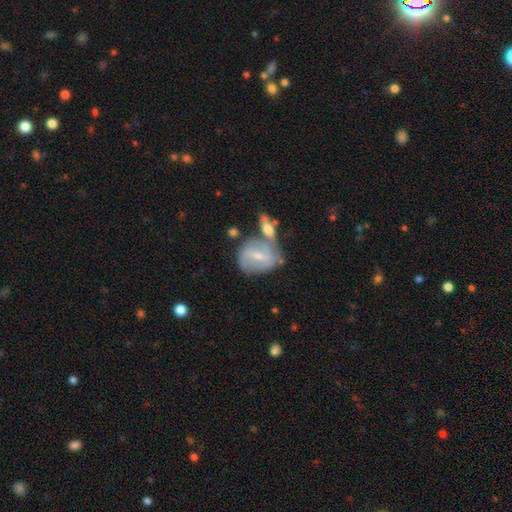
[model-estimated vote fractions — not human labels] Overall: featured or disk (65%; smooth 29%). Edge-on disk: no (94%). Bar: weak (52%; strong 29%). Spiral arms: yes (75%). Bulge size: small (60%; moderate 35%). Merging: none (40%; merger 38%).